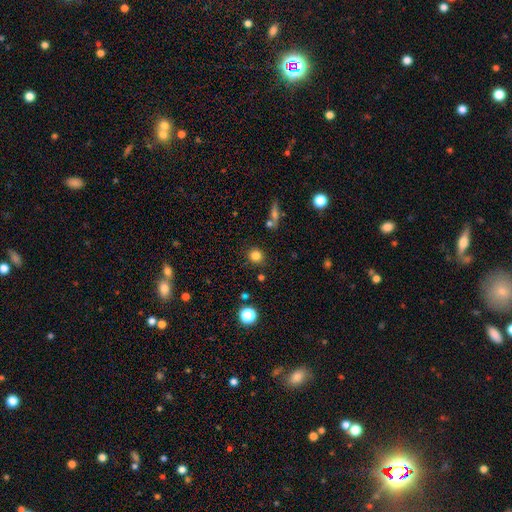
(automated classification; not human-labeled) The model was most divided on "smooth or featured": smooth: 81%, star or artifact: 13%, featured or disk: 6%. More confident: how rounded — round (88%); merging — none (86%).